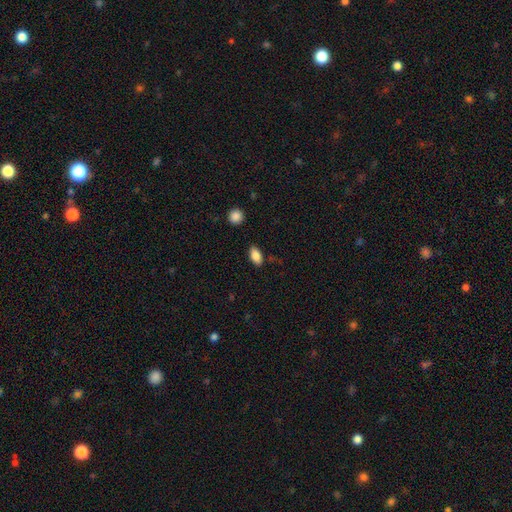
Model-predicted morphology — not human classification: A smooth galaxy with no disk features (85%) that is in between round and cigar-shaped (90%). Merging: none (85%).